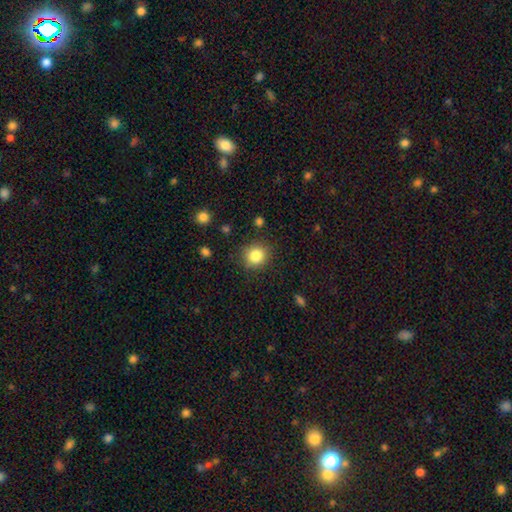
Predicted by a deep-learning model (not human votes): This appears to be a smooth galaxy with no disk features (83%) that is round (87%). Merging: none (87%).